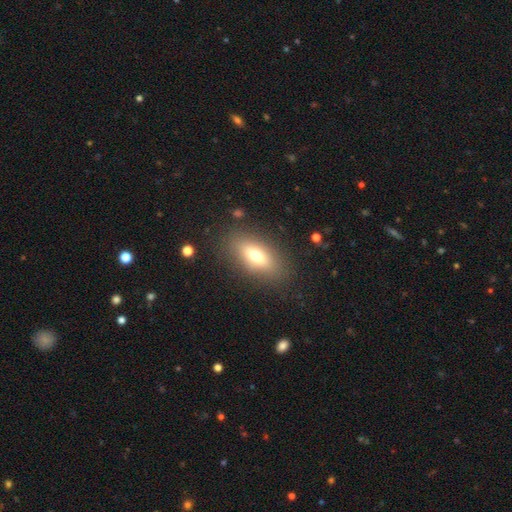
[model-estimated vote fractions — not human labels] smooth_or_featured: smooth (p=0.69) [alt: featured or disk p=0.22]
how_rounded: in between (p=0.80) [alt: cigar-shaped p=0.15]
merging: none (p=0.84) [alt: minor disturbance p=0.10]